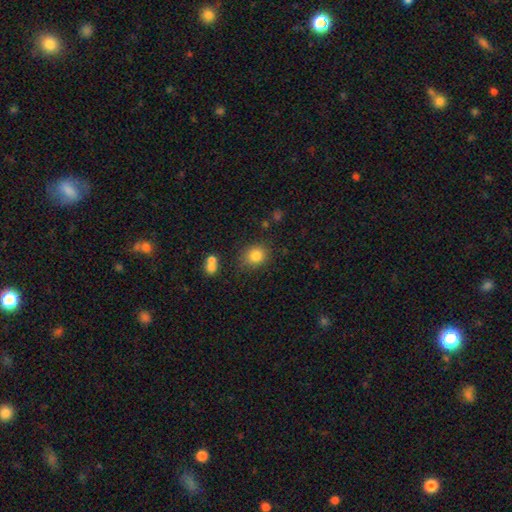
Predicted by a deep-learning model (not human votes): This appears to be a smooth galaxy with no disk features (83%) that is round (74%). Merging: none (78%).